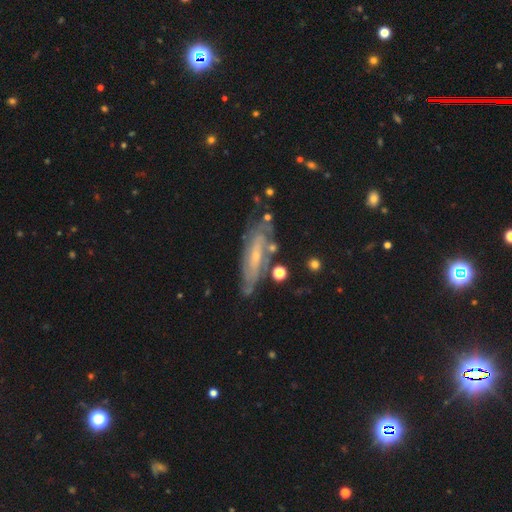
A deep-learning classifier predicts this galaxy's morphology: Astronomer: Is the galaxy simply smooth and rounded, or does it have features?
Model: featured or disk — 74%.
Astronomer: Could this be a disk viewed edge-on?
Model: no — 71%.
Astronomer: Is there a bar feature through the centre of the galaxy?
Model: no — 49% (runner-up: weak, 37%).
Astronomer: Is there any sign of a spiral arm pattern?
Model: yes — 81%.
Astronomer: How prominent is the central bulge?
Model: small — 72%.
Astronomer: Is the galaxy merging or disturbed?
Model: none — 68%.